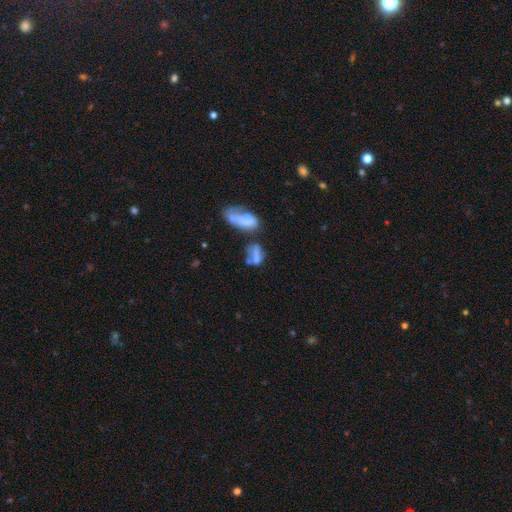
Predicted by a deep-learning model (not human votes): Smooth or featured: smooth — 56% (featured or disk — 30%)
How rounded: in between — 72% (cigar-shaped — 17%)
Merging: merger — 38% (none — 29%)